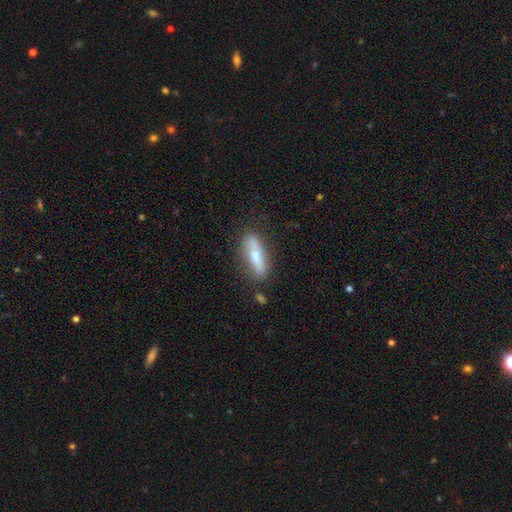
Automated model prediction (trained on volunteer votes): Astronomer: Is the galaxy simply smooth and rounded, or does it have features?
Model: smooth — 59% (runner-up: featured or disk, 34%).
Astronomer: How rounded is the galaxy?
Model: cigar-shaped — 62%.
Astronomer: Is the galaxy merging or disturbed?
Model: none — 71%.